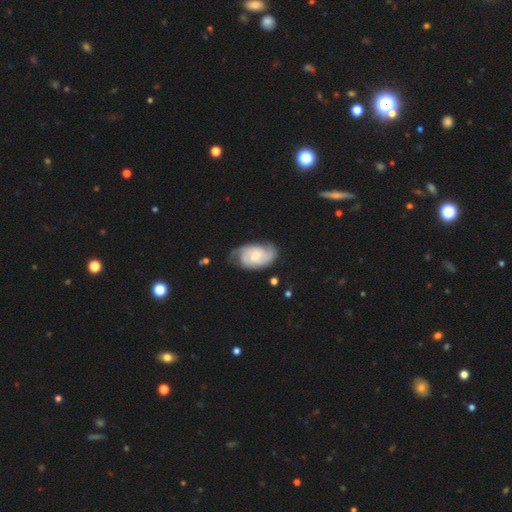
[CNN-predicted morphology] Overall: featured or disk (76%). Edge-on disk: no (97%). Bar: no (49%; weak 42%). Spiral arms: yes (95%). Spiral arm count: 2 (53%; can't tell 19%). Spiral winding: tight (46%; medium 41%). Bulge size: small (35%; none 27%). Merging: none (60%; minor disturbance 26%).